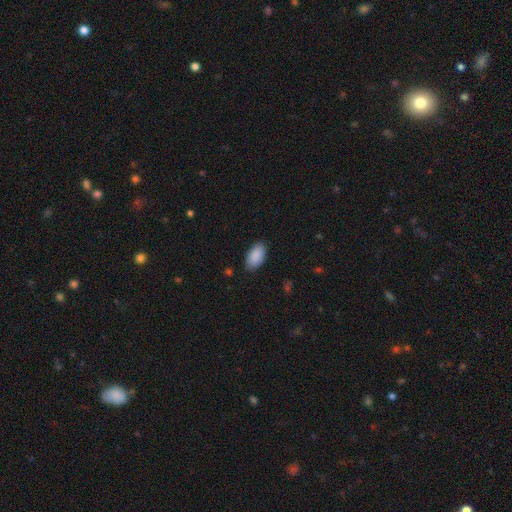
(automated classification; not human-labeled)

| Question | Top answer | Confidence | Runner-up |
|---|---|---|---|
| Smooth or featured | smooth | 91% | star or artifact (6%) |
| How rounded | in between | 95% | round (3%) |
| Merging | none | 87% | minor disturbance (10%) |